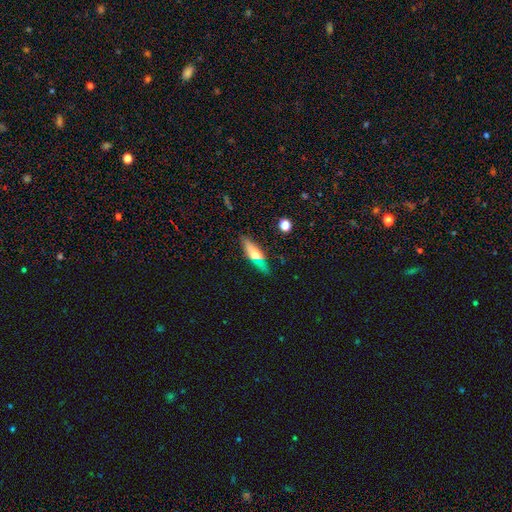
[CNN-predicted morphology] smooth_or_featured: smooth (p=0.51) [alt: featured or disk p=0.41]
how_rounded: cigar-shaped (p=0.61) [alt: in between p=0.35]
merging: none (p=0.82) [alt: minor disturbance p=0.12]